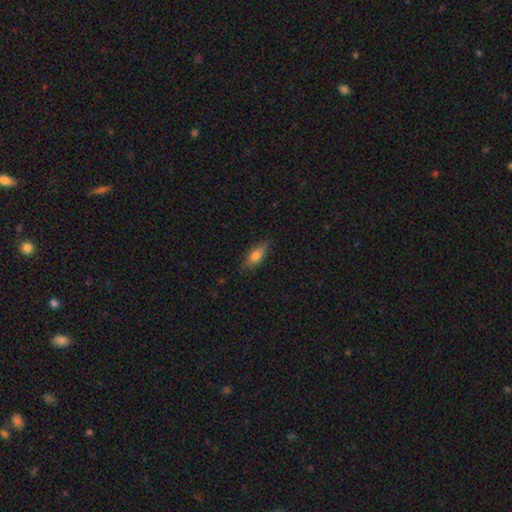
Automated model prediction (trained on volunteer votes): This appears to be a smooth galaxy with no disk features (71%) that is in between round and cigar-shaped (69%). Merging: none (81%).